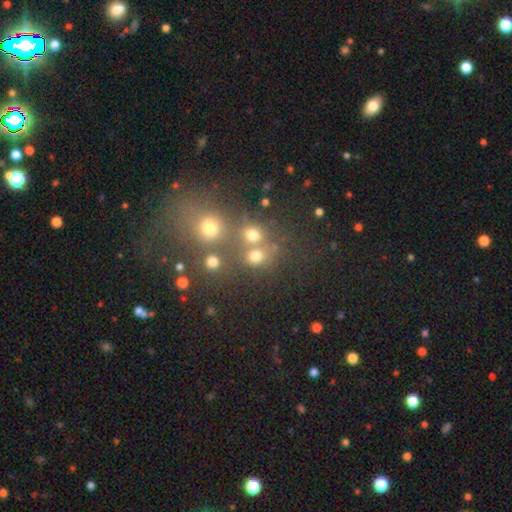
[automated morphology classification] Q: Smooth or featured?
A: smooth (72%); runner-up: star or artifact (19%)
Q: How rounded?
A: round (77%); runner-up: in between (22%)
Q: Merging?
A: none (55%); runner-up: merger (31%)